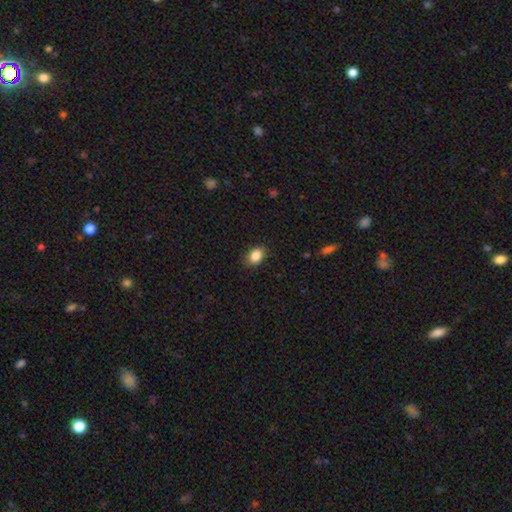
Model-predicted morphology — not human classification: The model was most divided on "how rounded": in between: 80%, round: 18%, cigar-shaped: 1%. More confident: smooth or featured — smooth (87%); merging — none (86%).